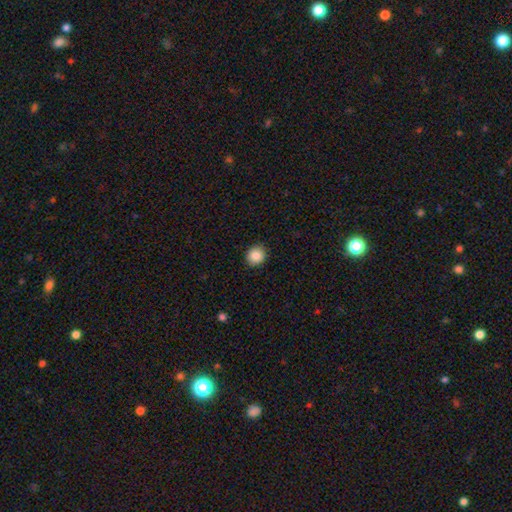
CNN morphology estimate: Smooth or featured?
  - smooth: 86% *
  - star or artifact: 9%
  - featured or disk: 5%
How rounded?
  - round: 84% *
  - in between: 16%
  - cigar-shaped: 1%
Merging?
  - none: 91% *
  - minor disturbance: 6%
  - major disturbance: 2%
  - merger: 1%